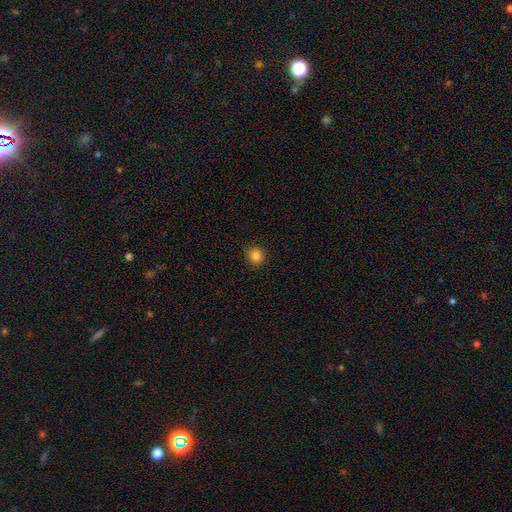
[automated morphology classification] Q: Smooth or featured?
A: smooth (85%); runner-up: star or artifact (11%)
Q: How rounded?
A: round (90%); runner-up: in between (9%)
Q: Merging?
A: none (91%); runner-up: minor disturbance (6%)